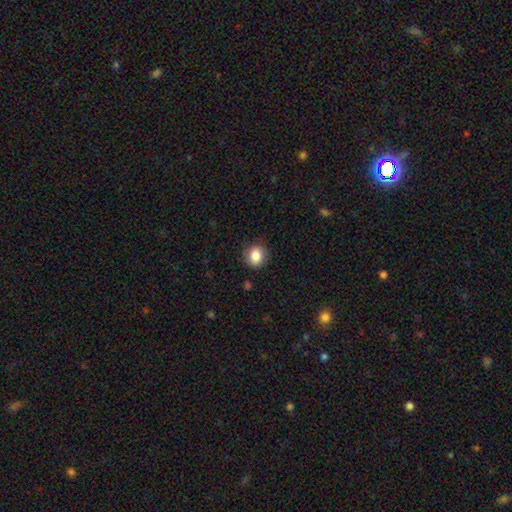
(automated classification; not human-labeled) smooth_or_featured: smooth (p=0.85) [alt: star or artifact p=0.09]
how_rounded: round (p=0.74) [alt: in between p=0.25]
merging: none (p=0.87) [alt: minor disturbance p=0.09]